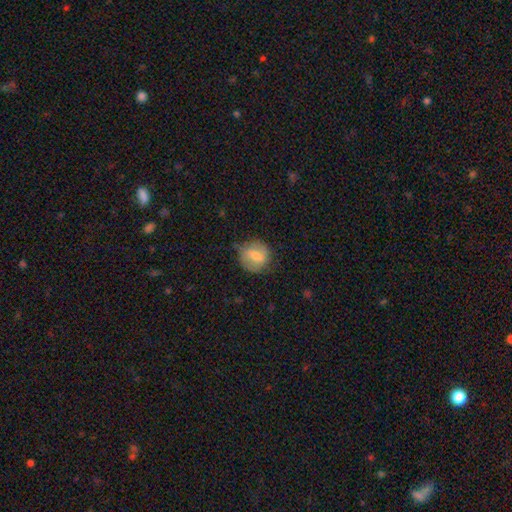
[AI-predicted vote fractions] Overall: smooth (56%; featured or disk 37%). How rounded: round (83%). Merging: none (74%).